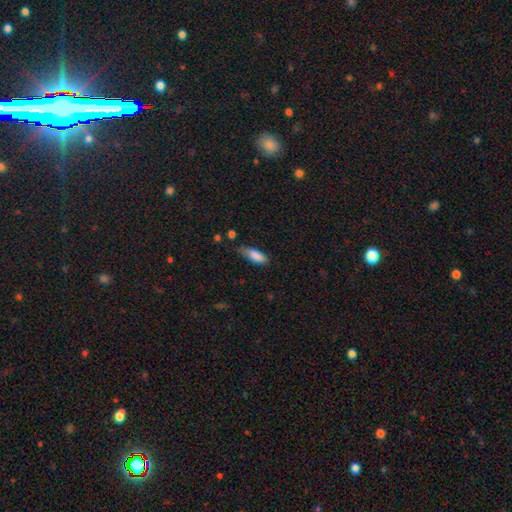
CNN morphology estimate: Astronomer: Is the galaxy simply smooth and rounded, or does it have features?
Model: smooth — 87%.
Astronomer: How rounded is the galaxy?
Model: in between — 74%.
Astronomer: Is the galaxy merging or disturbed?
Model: none — 54% (runner-up: minor disturbance, 35%).